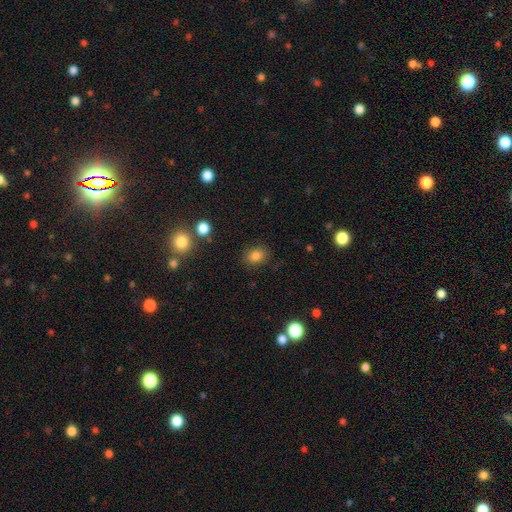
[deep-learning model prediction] Morphology: type=smooth (82%); roundness=in between (50%); merging=none (84%).